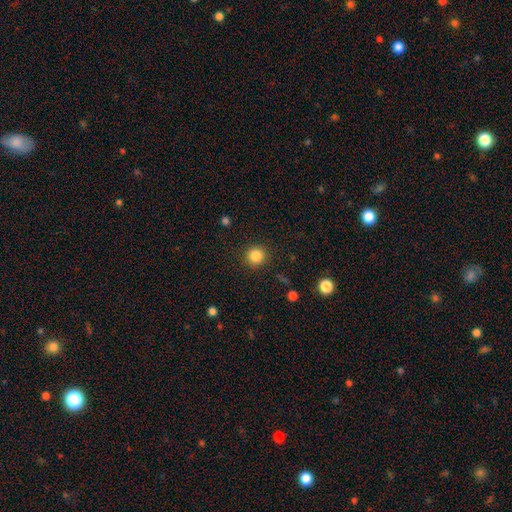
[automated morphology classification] Smooth or featured? Predicted: smooth (p=0.85). How rounded? Predicted: round (p=0.93). Merging? Predicted: none (p=0.91).